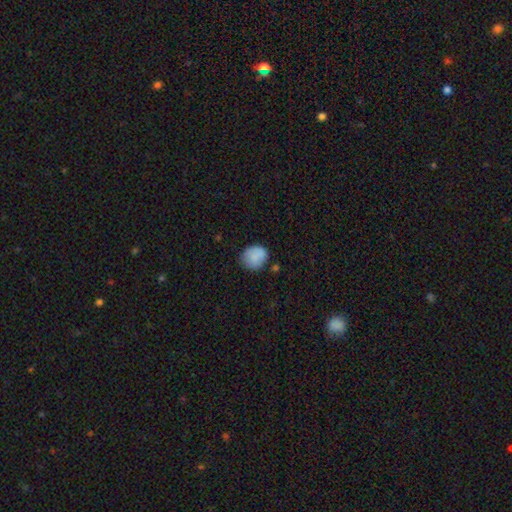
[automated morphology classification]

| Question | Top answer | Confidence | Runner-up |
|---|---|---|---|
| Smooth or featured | smooth | 85% | star or artifact (8%) |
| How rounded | round | 70% | in between (29%) |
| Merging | none | 72% | minor disturbance (20%) |